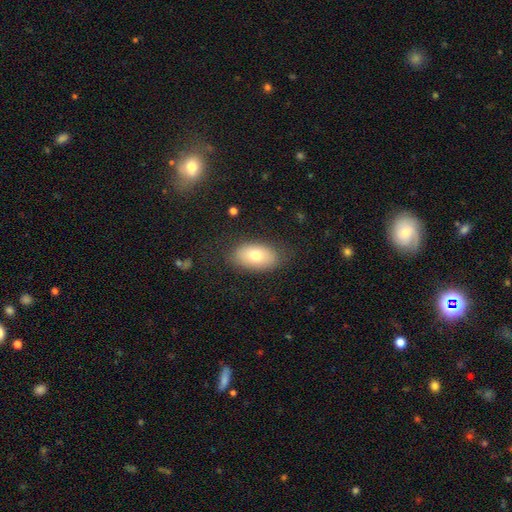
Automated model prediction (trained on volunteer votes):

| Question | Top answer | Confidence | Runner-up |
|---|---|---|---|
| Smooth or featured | smooth | 75% | featured or disk (18%) |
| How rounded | in between | 92% | round (6%) |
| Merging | none | 82% | minor disturbance (13%) |